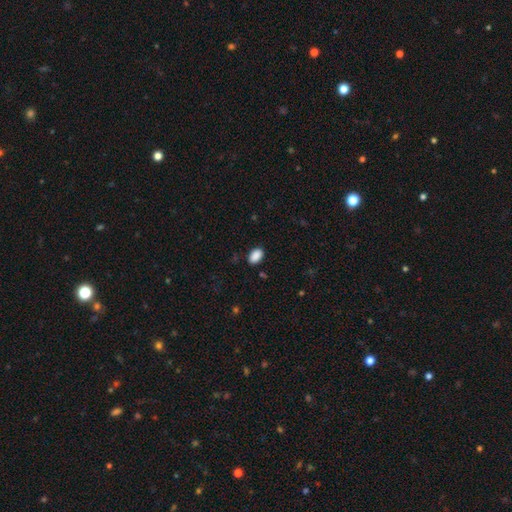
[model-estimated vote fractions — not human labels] smooth_or_featured: smooth (p=0.90) [alt: star or artifact p=0.08]
how_rounded: in between (p=0.92) [alt: round p=0.07]
merging: none (p=0.87) [alt: minor disturbance p=0.10]